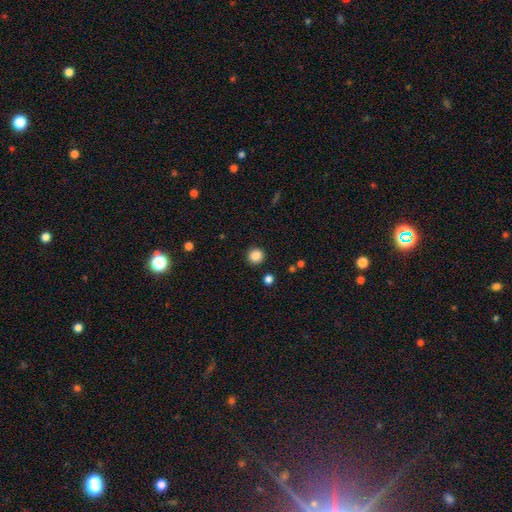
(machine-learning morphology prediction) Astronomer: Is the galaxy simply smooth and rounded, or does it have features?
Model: smooth — 86%.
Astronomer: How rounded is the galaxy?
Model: round — 93%.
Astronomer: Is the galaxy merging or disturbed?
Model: none — 91%.